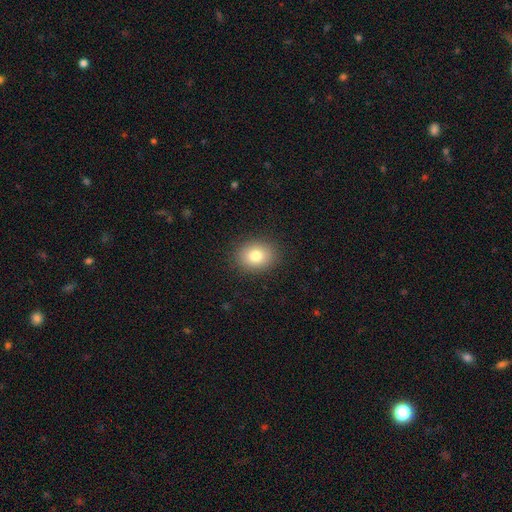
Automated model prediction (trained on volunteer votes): Smooth or featured? smooth (80%)
How rounded? round (54%)
Merging? none (89%)